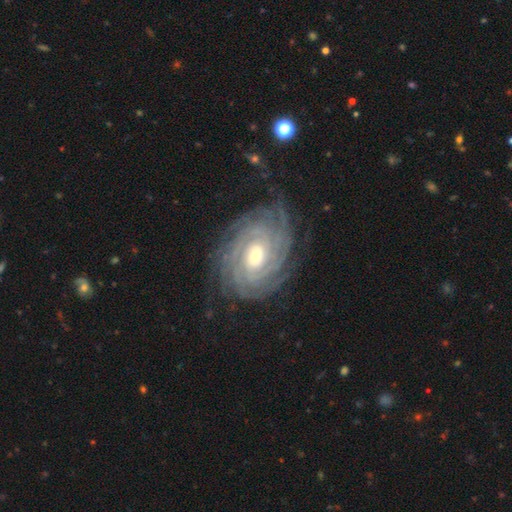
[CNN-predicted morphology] Smooth or featured?
  - featured or disk: 90% *
  - star or artifact: 5%
  - smooth: 5%
Edge-on disk?
  - no: 97% *
  - yes: 3%
Bar?
  - no: 51% *
  - weak: 35%
  - strong: 14%
Spiral arms?
  - yes: 98% *
  - no: 2%
Spiral winding?
  - tight: 85% *
  - medium: 12%
  - loose: 2%
Spiral arm count?
  - can't tell: 28% *
  - more than 4: 20%
  - 4: 20%
  - 3: 13%
  - 2: 11%
  - 1: 8%
Bulge size?
  - moderate: 54% *
  - small: 40%
  - large: 4%
  - none: 1%
  - dominant: 1%
Merging?
  - none: 79% *
  - minor disturbance: 15%
  - major disturbance: 5%
  - merger: 1%